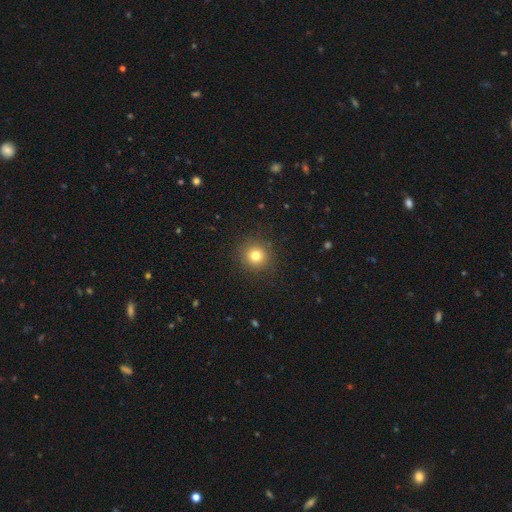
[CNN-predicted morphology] Overall: smooth (78%). How rounded: round (93%). Merging: none (90%).